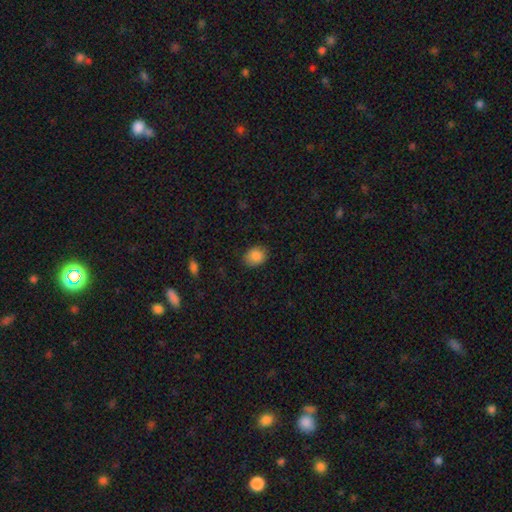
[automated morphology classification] smooth 86%, star or artifact 8%, featured or disk 5%. Down the decision tree: how rounded — in between (59%); merging — none (83%).